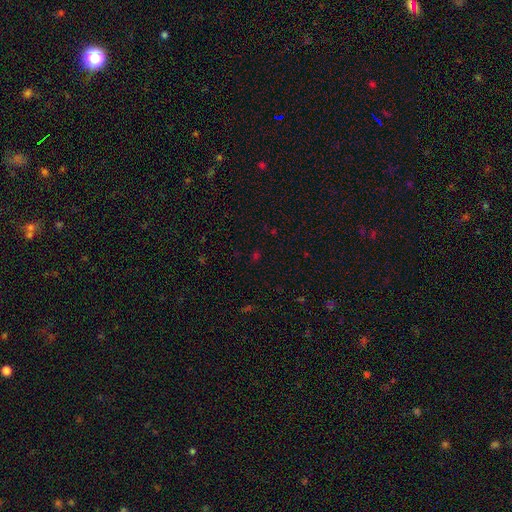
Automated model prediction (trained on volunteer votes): The model was most divided on "smooth or featured": star or artifact: 54%, smooth: 39%, featured or disk: 7%.